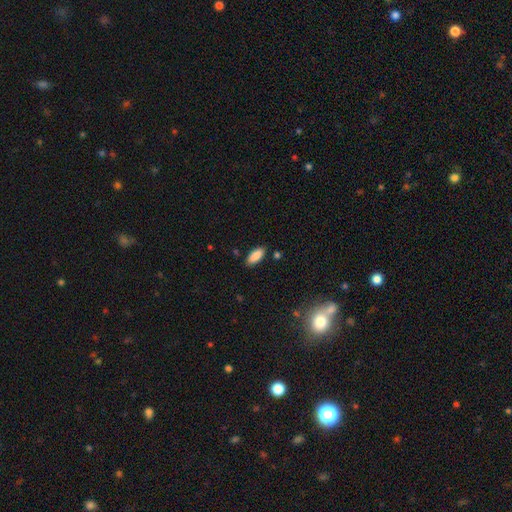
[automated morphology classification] This appears to be a smooth galaxy with no disk features (88%) that is in between round and cigar-shaped (83%). Merging: none (85%).